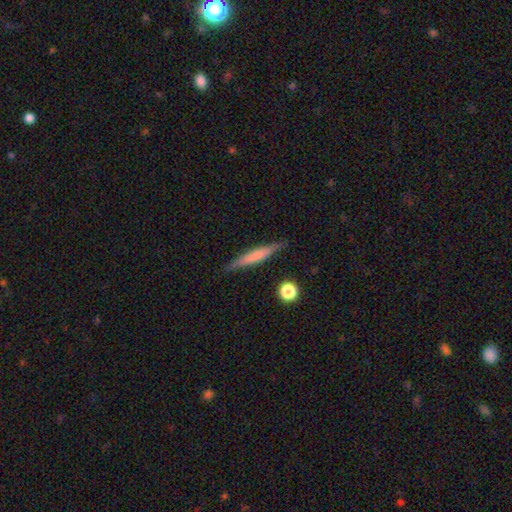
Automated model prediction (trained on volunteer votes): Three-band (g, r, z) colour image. It shows a smooth galaxy with no disk features (51%) that is cigar-shaped (92%). Merging: none (86%).